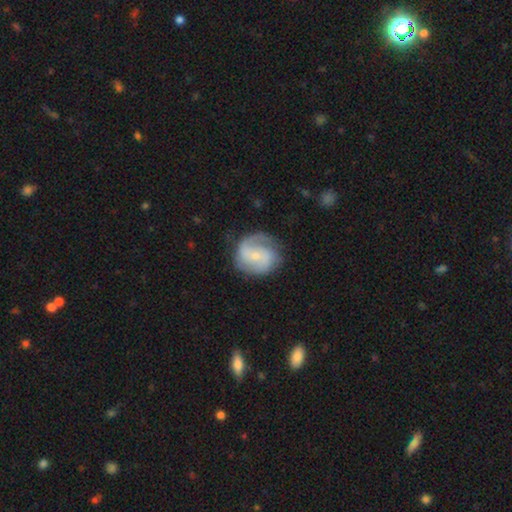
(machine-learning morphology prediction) featured or disk 79%, smooth 16%, star or artifact 6%. Down the decision tree: edge-on disk — no (98%); bar — no (49%); spiral arms — yes (94%); spiral arm count — 2 (68%); spiral winding — medium (46%); bulge size — small (72%); merging — none (70%).